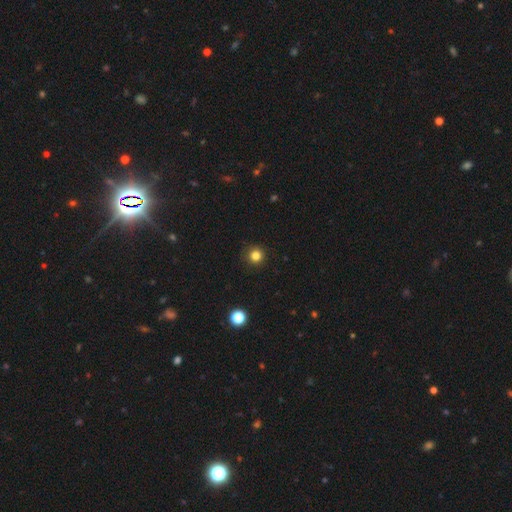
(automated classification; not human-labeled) smooth 82%, star or artifact 14%, featured or disk 4%. Down the decision tree: how rounded — round (95%); merging — none (91%).